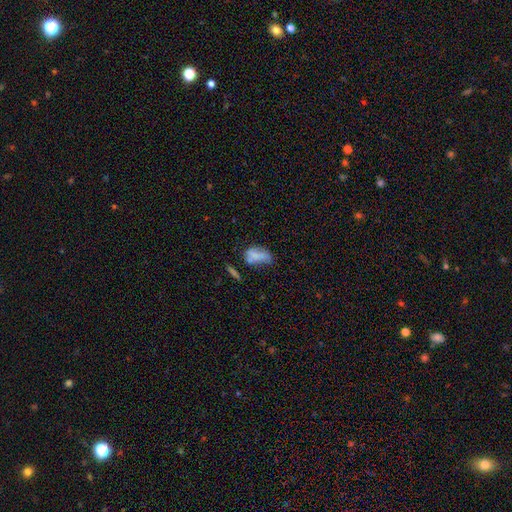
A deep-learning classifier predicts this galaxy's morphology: smooth-or-featured: smooth: 68% | featured or disk: 21% | star or artifact: 11%
  how-rounded: in between: 86% | cigar-shaped: 8% | round: 6%
  merging: none: 33% | minor disturbance: 31% | major disturbance: 22% | merger: 14%